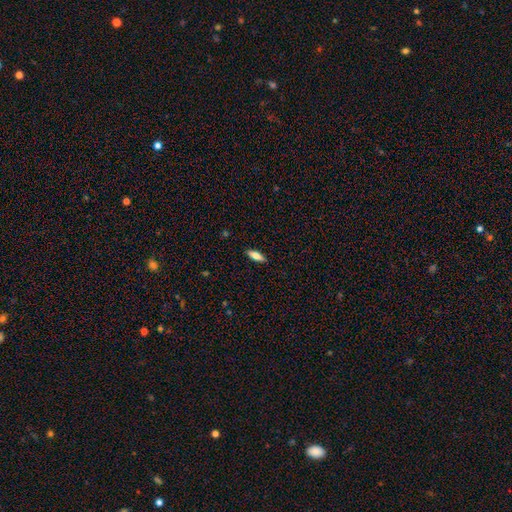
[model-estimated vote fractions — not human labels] Smooth or featured? smooth (72%)
How rounded? in between (67%)
Merging? none (89%)